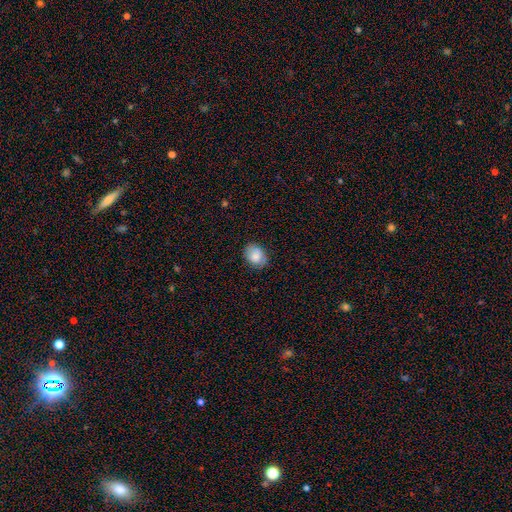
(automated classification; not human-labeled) This is likely a smooth galaxy (80%). How rounded: likely in between (69%). Merging: likely none (78%).